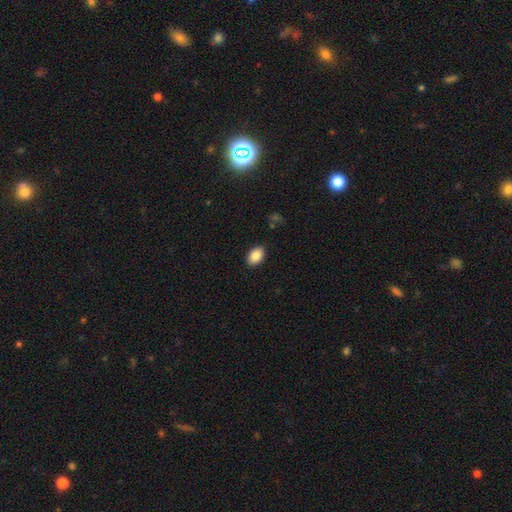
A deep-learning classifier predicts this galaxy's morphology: A smooth galaxy with no disk features (87%) that is in between round and cigar-shaped (89%). Merging: none (89%).